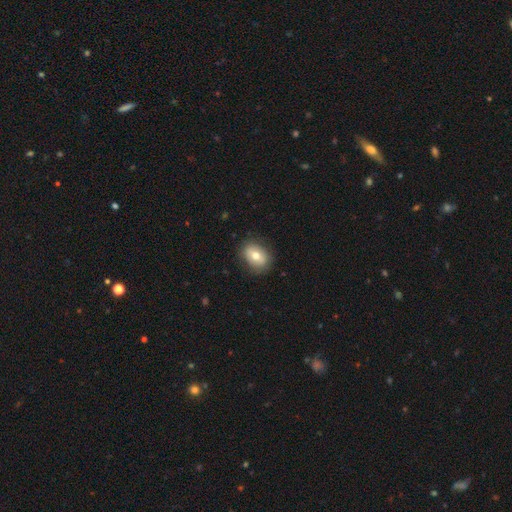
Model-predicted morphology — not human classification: Smooth or featured: smooth — 71% (featured or disk — 21%)
How rounded: in between — 68% (round — 31%)
Merging: none — 84% (minor disturbance — 12%)